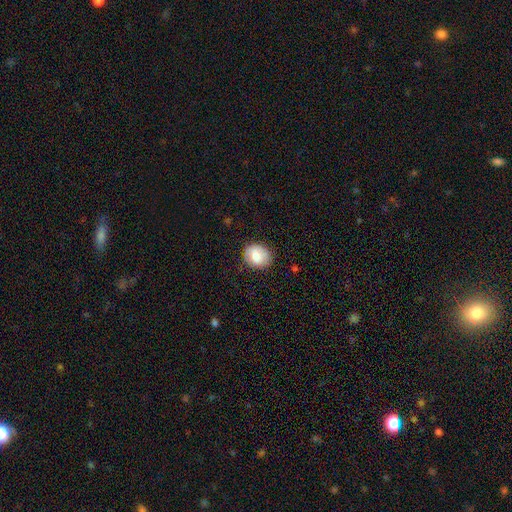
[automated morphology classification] type=smooth (76%); roundness=round (61%); merging=none (76%).